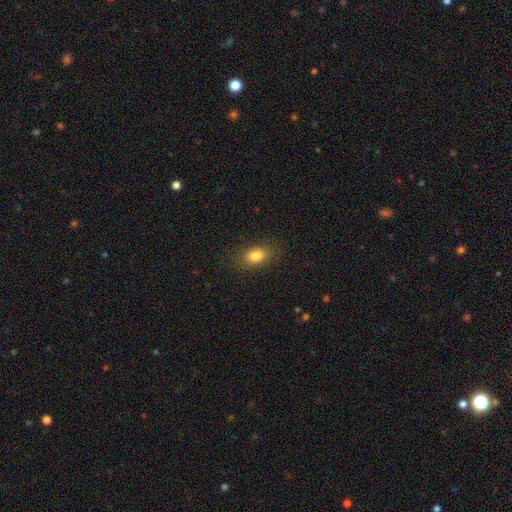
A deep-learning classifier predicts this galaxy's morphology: The model was most divided on "how rounded": in between: 80%, round: 17%, cigar-shaped: 3%. More confident: merging — none (85%); smooth or featured — smooth (82%).